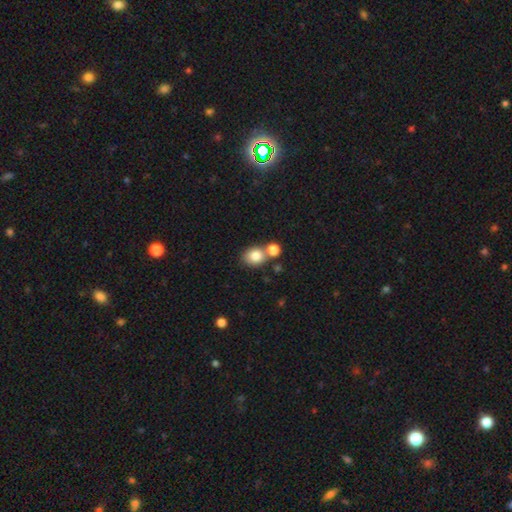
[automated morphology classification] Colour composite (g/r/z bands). It shows a smooth galaxy with no disk features (81%) that is round (64%). Merging: none (54%).